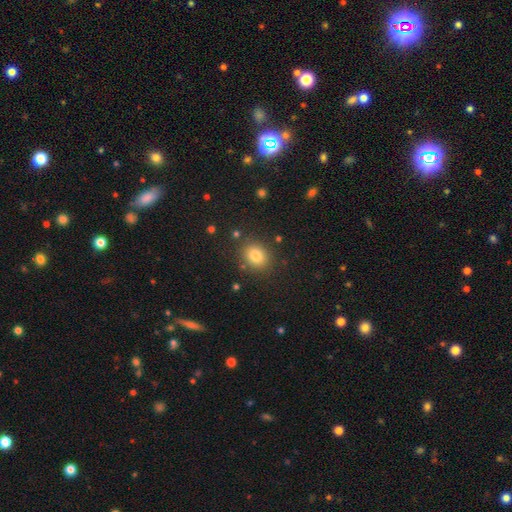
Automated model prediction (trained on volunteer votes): Q: Smooth or featured?
A: smooth (81%); runner-up: star or artifact (11%)
Q: How rounded?
A: round (63%); runner-up: in between (36%)
Q: Merging?
A: none (85%); runner-up: minor disturbance (9%)